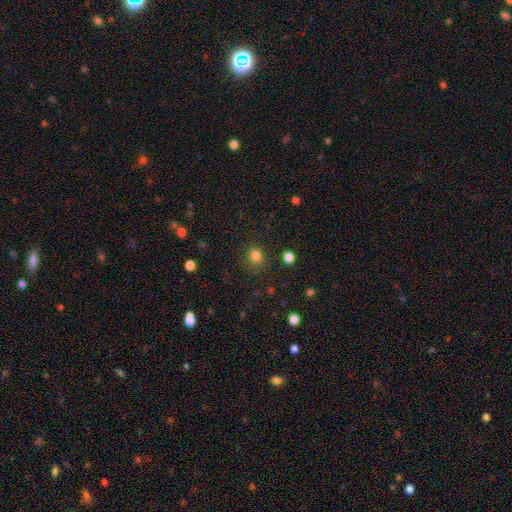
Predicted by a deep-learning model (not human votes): This is clearly a smooth galaxy (81%). How rounded: likely round (79%). Merging: clearly none (81%).